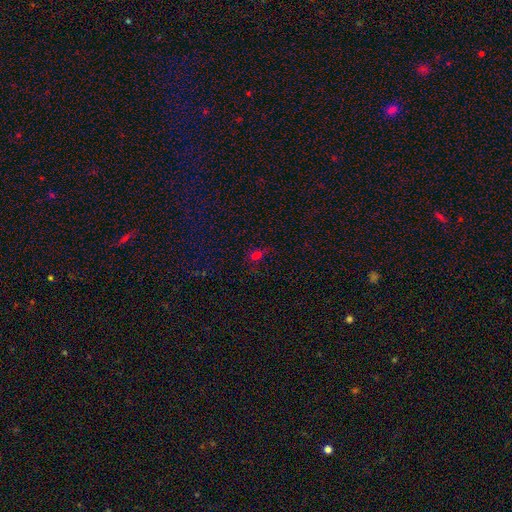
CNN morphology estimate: type=smooth (53%); roundness=in between (58%); merging=none (56%).